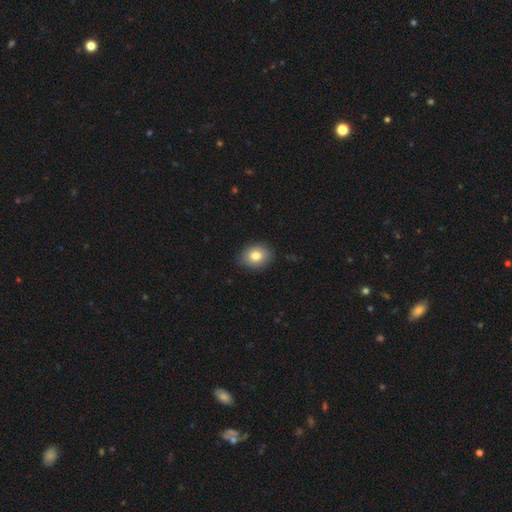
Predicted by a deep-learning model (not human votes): This appears to be a smooth galaxy with no disk features (80%) that is in between round and cigar-shaped (51%). Merging: none (86%).